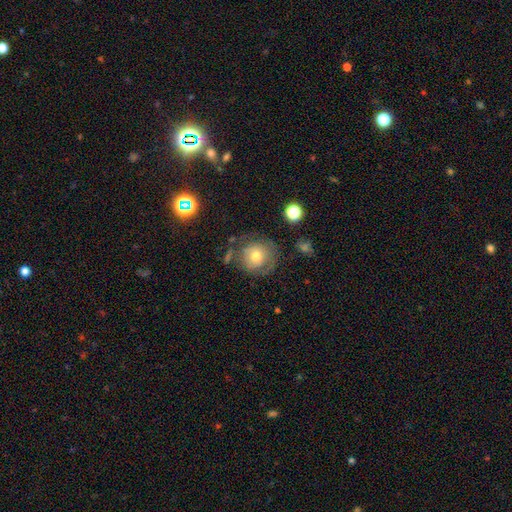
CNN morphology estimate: Smooth or featured: smooth — 58% (featured or disk — 32%)
How rounded: round — 88% (in between — 11%)
Merging: none — 60% (minor disturbance — 21%)